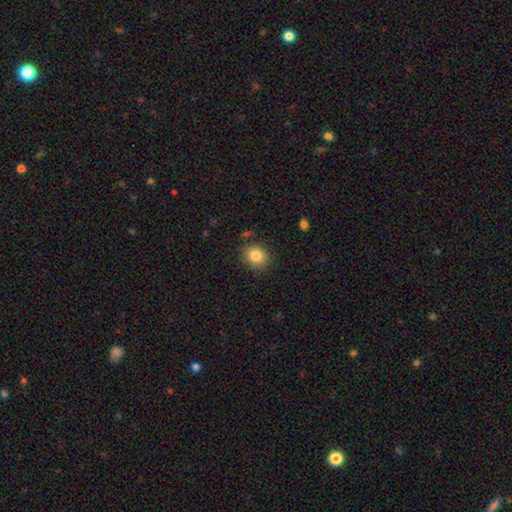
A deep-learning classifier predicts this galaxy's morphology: Smooth or featured? smooth (85%)
How rounded? round (65%)
Merging? none (85%)